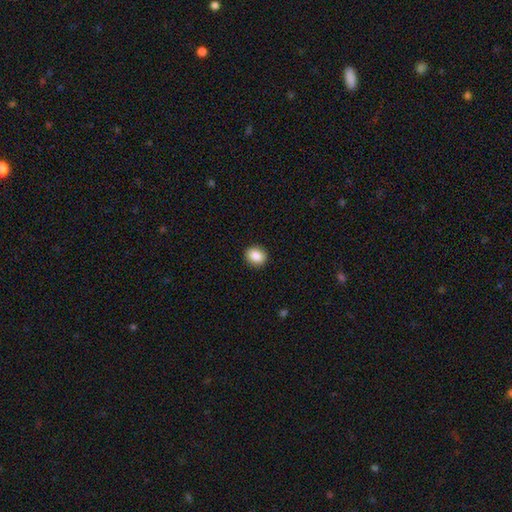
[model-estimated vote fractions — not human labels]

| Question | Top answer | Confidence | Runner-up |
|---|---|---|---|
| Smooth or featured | smooth | 87% | star or artifact (8%) |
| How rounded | round | 65% | in between (34%) |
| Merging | none | 91% | minor disturbance (6%) |